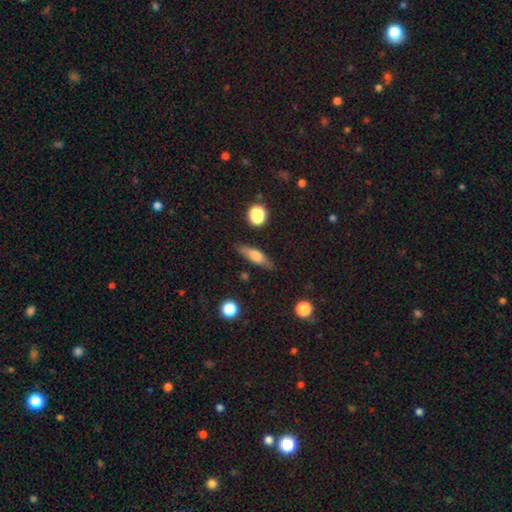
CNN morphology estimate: Smooth or featured? smooth (53%)
How rounded? cigar-shaped (60%)
Merging? none (80%)